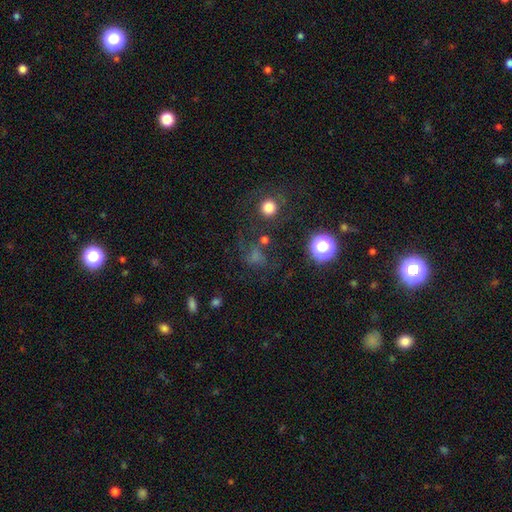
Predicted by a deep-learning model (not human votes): Q: Smooth or featured?
A: smooth (43%); runner-up: star or artifact (37%)
Q: Merging?
A: none (53%); runner-up: major disturbance (23%)